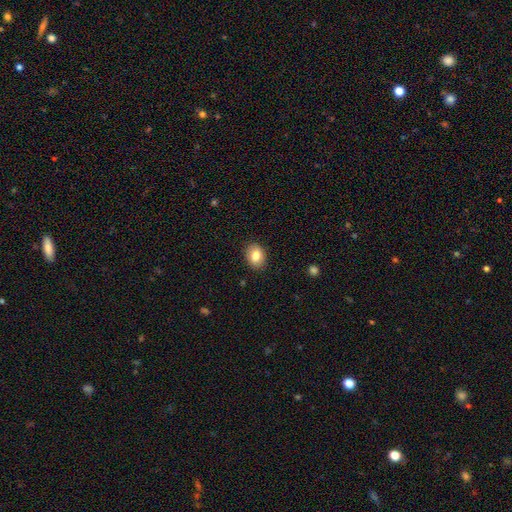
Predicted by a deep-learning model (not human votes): Smooth or featured? smooth (82%)
How rounded? in between (61%)
Merging? none (89%)